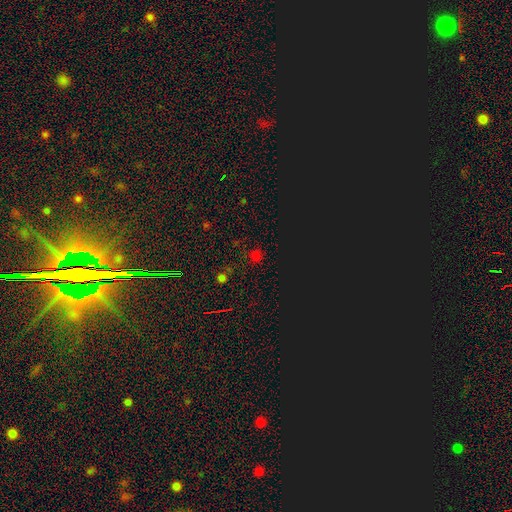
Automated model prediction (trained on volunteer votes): smooth_or_featured: star or artifact (p=0.58) [alt: smooth p=0.37]